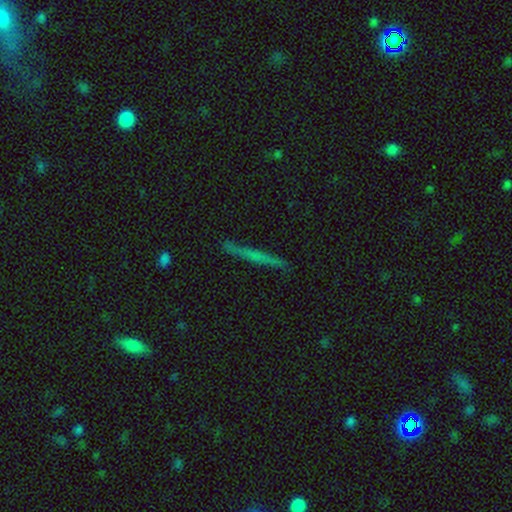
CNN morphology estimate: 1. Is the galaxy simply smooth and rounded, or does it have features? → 51% featured or disk, 39% smooth, 10% star or artifact.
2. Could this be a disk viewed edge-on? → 96% yes, 4% no.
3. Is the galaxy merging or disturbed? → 90% none, 7% minor disturbance, 2% major disturbance, 1% merger.